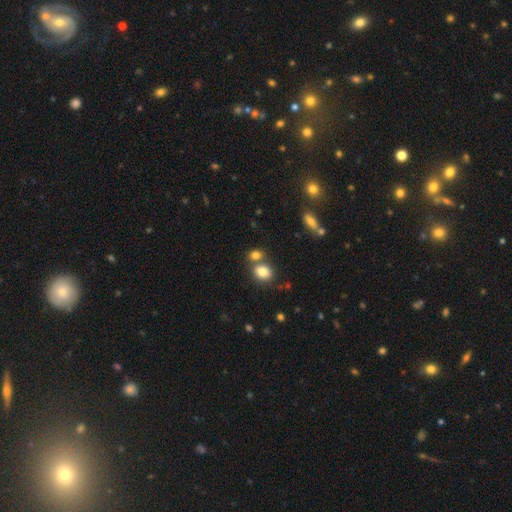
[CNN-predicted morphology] The model was most divided on "merging": none: 49%, merger: 37%, minor disturbance: 10%, major disturbance: 4%. More confident: smooth or featured — smooth (81%); how rounded — in between (55%).